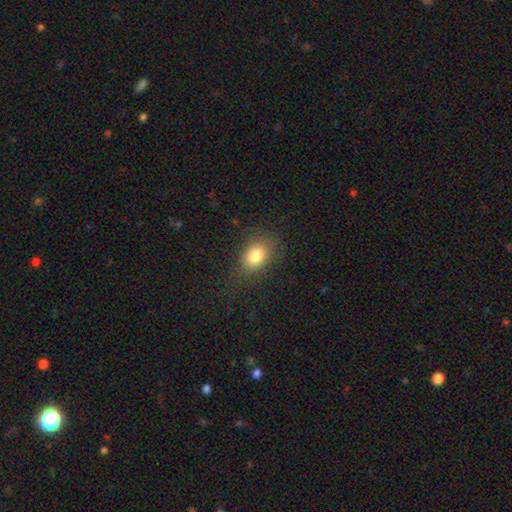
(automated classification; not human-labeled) Smooth or featured: smooth — 81% (star or artifact — 10%)
How rounded: in between — 72% (round — 27%)
Merging: none — 76% (minor disturbance — 15%)